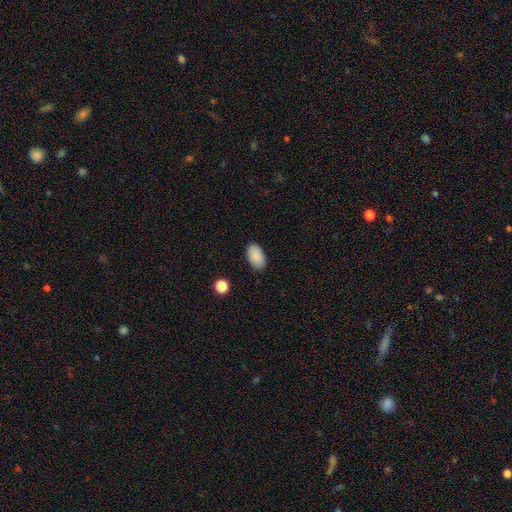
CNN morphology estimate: This is clearly a smooth galaxy (89%). How rounded: clearly in between (94%). Merging: clearly none (88%).